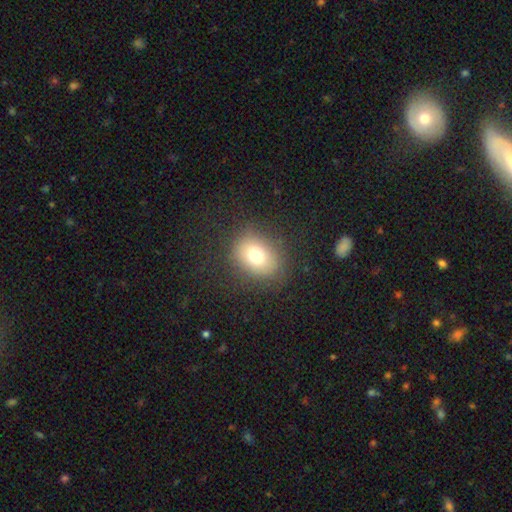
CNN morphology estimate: smooth-or-featured: smooth: 73% | star or artifact: 14% | featured or disk: 13%
  how-rounded: round: 56% | in between: 43% | cigar-shaped: 1%
  merging: none: 81% | minor disturbance: 11% | major disturbance: 6% | merger: 1%